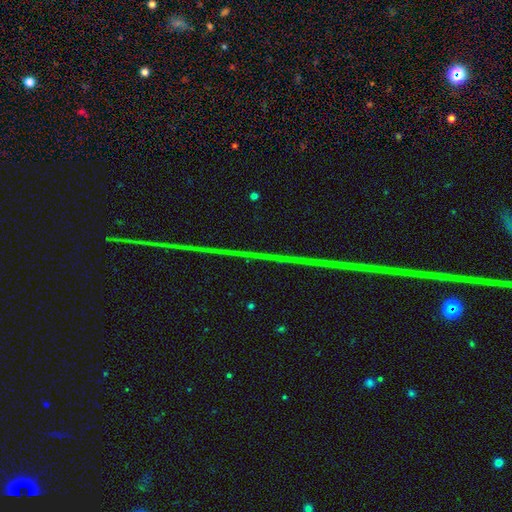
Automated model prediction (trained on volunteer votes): smooth_or_featured: star or artifact (p=0.89) [alt: featured or disk p=0.06]